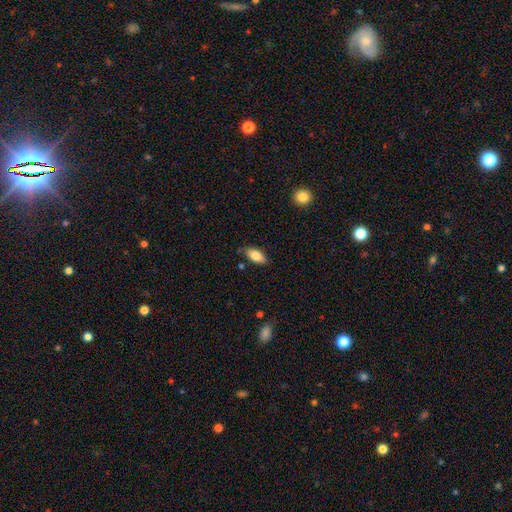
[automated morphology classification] smooth_or_featured: smooth (p=0.81) [alt: featured or disk p=0.12]
how_rounded: in between (p=0.90) [alt: cigar-shaped p=0.07]
merging: none (p=0.81) [alt: minor disturbance p=0.14]